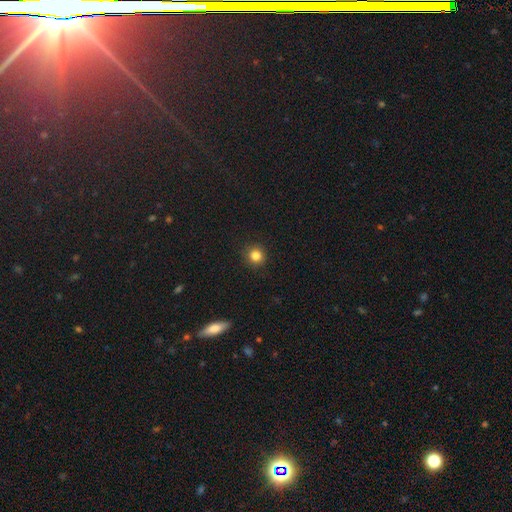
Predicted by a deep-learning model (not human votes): smooth-or-featured: smooth: 83% | star or artifact: 12% | featured or disk: 5%
  how-rounded: round: 93% | in between: 6% | cigar-shaped: 1%
  merging: none: 91% | minor disturbance: 6% | major disturbance: 2% | merger: 1%